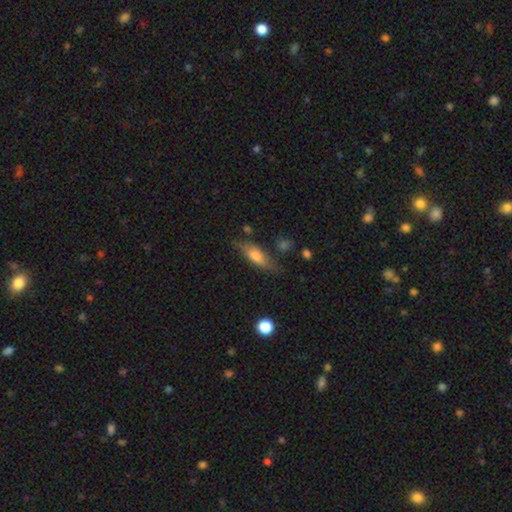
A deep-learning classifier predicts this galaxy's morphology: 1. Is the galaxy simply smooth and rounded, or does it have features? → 65% smooth, 27% featured or disk, 7% star or artifact.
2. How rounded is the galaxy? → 59% in between, 37% cigar-shaped, 3% round.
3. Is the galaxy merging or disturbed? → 70% none, 20% minor disturbance, 6% major disturbance, 3% merger.